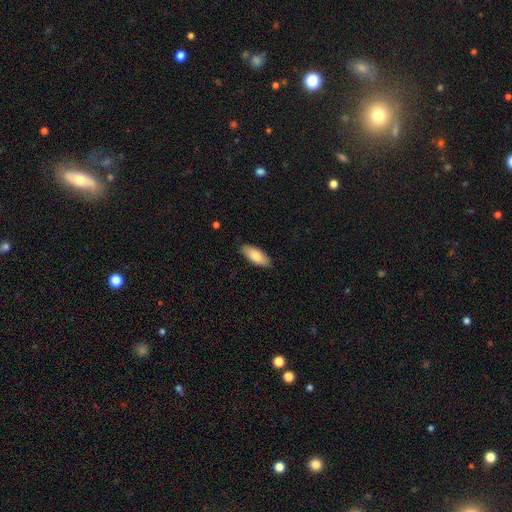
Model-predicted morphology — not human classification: The model was most divided on "how rounded": in between: 81%, cigar-shaped: 17%, round: 2%. More confident: merging — none (87%); smooth or featured — smooth (82%).